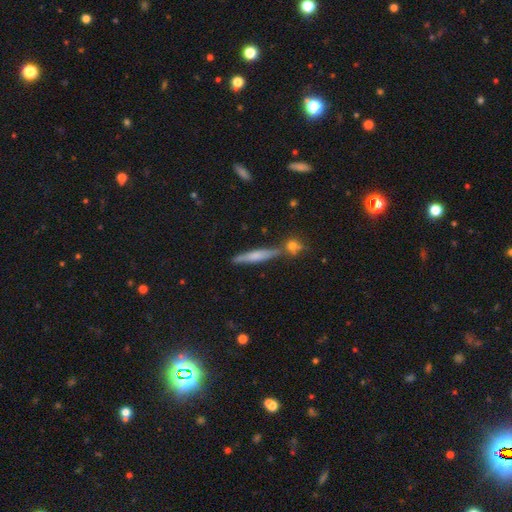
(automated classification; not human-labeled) smooth-or-featured: smooth: 51% | featured or disk: 41% | star or artifact: 8%
  how-rounded: cigar-shaped: 90% | in between: 7% | round: 3%
  merging: none: 73% | minor disturbance: 12% | merger: 12% | major disturbance: 3%